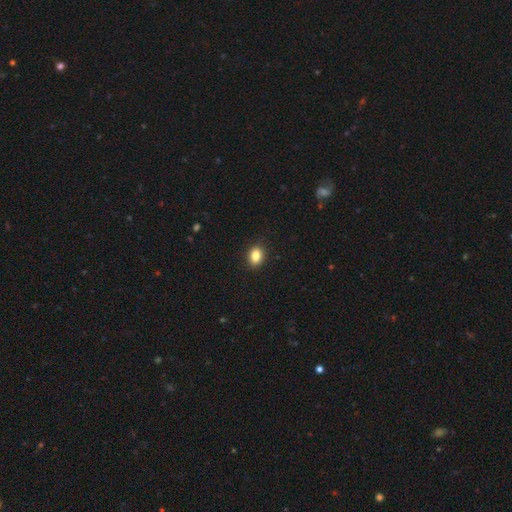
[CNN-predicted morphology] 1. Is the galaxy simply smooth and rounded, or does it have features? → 84% smooth, 10% star or artifact, 6% featured or disk.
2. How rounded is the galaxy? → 66% in between, 33% round, 1% cigar-shaped.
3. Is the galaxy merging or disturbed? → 90% none, 8% minor disturbance, 2% major disturbance, 1% merger.